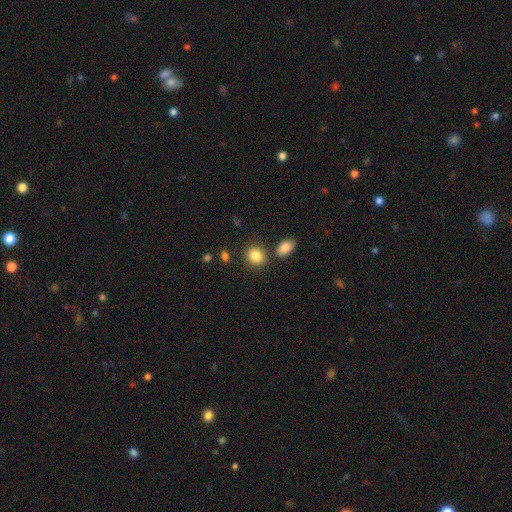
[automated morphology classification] This appears to be a smooth galaxy with no disk features (86%) that is round (62%). Merging: none (74%).